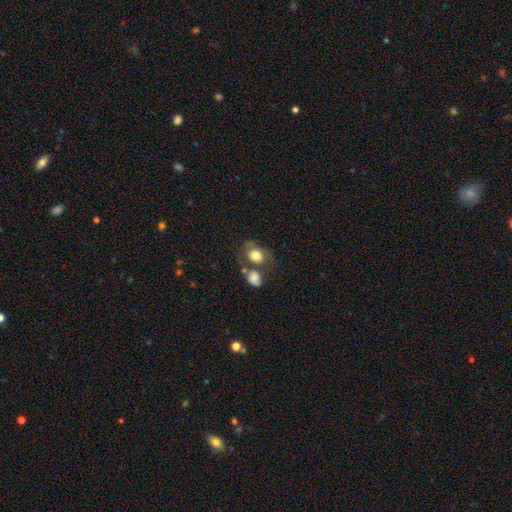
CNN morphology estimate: smooth 75%, featured or disk 16%, star or artifact 9%. Down the decision tree: how rounded — in between (51%); merging — none (42%).